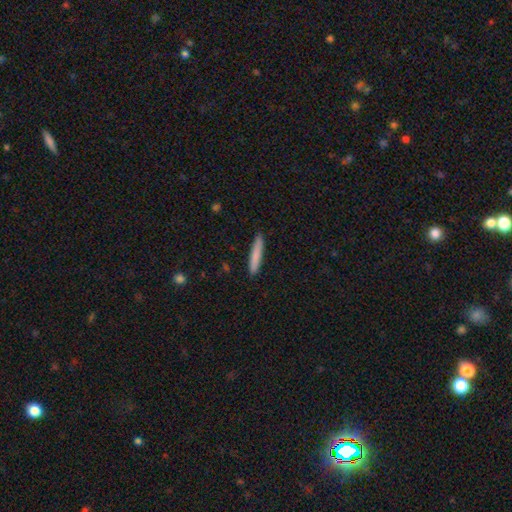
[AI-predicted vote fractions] Smooth or featured: smooth — 82% (featured or disk — 12%)
How rounded: cigar-shaped — 93% (in between — 6%)
Merging: none — 90% (minor disturbance — 8%)